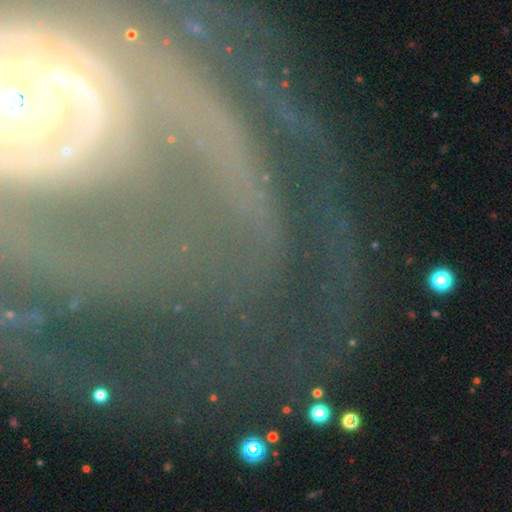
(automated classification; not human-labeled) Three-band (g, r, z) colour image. It shows a star or artifact, not a galaxy (59%).